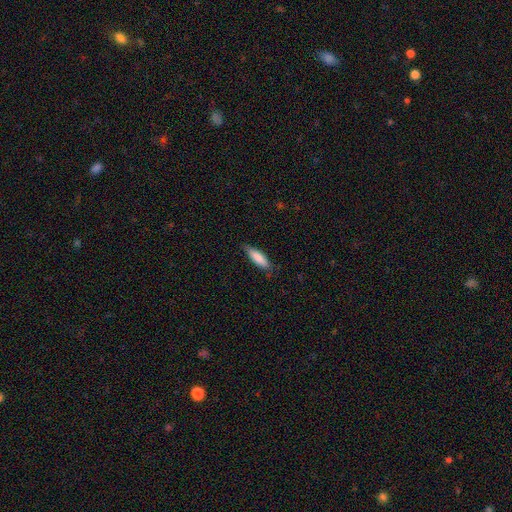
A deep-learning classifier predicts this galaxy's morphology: Smooth or featured: smooth — 84% (featured or disk — 10%)
How rounded: cigar-shaped — 56% (in between — 42%)
Merging: none — 78% (minor disturbance — 18%)